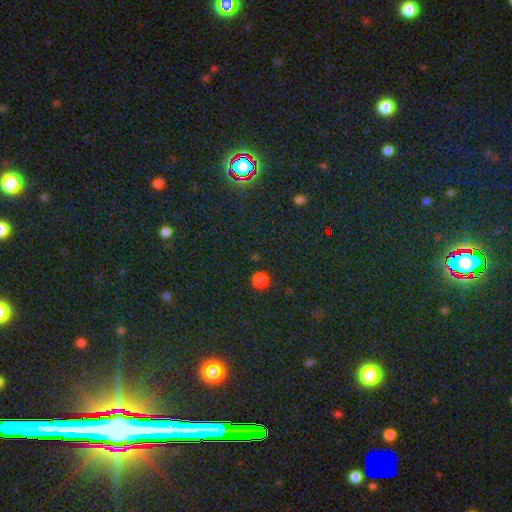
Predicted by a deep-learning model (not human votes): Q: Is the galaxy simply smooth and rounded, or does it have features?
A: star or artifact — 78%.